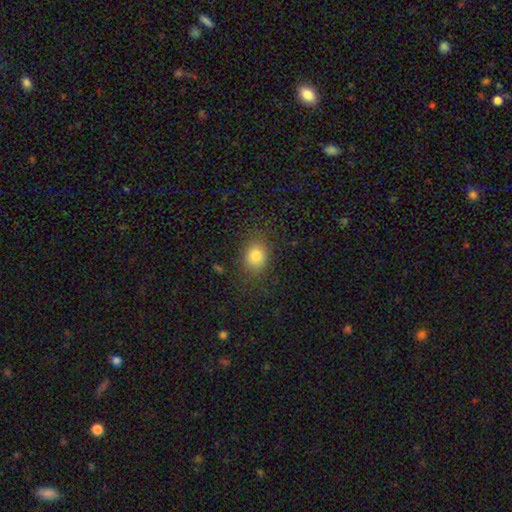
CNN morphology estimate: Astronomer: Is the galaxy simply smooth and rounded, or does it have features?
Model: smooth — 79%.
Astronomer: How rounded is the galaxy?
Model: round — 56% (runner-up: in between, 43%).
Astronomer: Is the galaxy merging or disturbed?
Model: none — 80%.